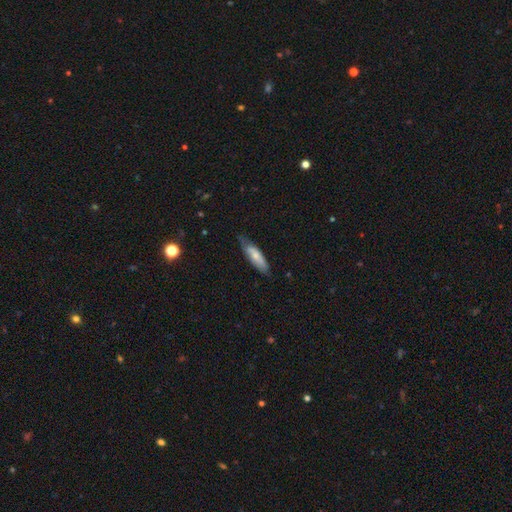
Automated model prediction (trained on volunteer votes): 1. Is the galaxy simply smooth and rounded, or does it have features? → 66% smooth, 28% featured or disk, 6% star or artifact.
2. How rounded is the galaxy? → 51% cigar-shaped, 47% in between, 2% round.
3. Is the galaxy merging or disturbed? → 67% none, 27% minor disturbance, 5% major disturbance, 2% merger.